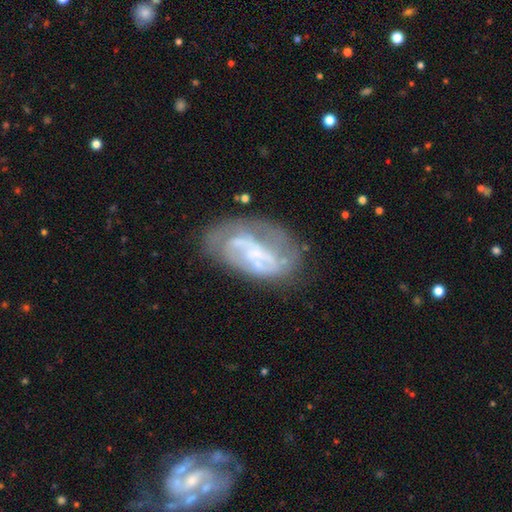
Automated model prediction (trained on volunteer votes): Smooth or featured? featured or disk (67%)
Edge-on disk? no (95%)
Bar? no (51%)
Spiral arms? yes (64%)
Bulge size? small (39%)
Merging? none (56%)